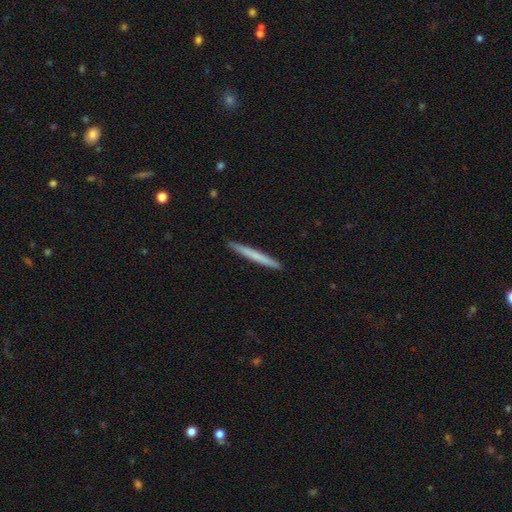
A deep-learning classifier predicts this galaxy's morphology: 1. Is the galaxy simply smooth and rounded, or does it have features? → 62% smooth, 33% featured or disk, 5% star or artifact.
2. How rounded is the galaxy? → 97% cigar-shaped, 1% in between, 1% round.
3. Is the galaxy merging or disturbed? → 93% none, 5% minor disturbance, 1% major disturbance, 1% merger.